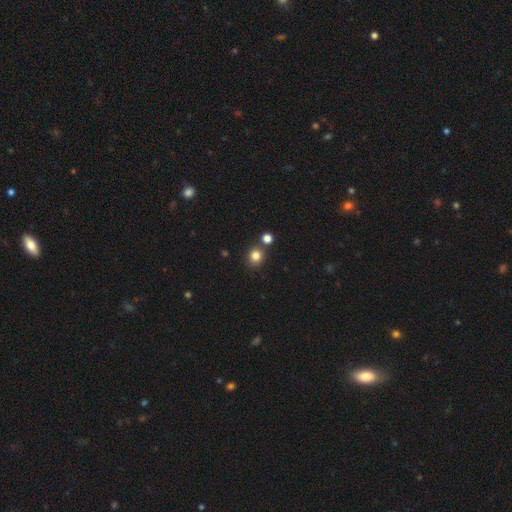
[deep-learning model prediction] Smooth or featured: smooth — 82% (star or artifact — 13%)
How rounded: round — 82% (in between — 17%)
Merging: none — 76% (merger — 13%)